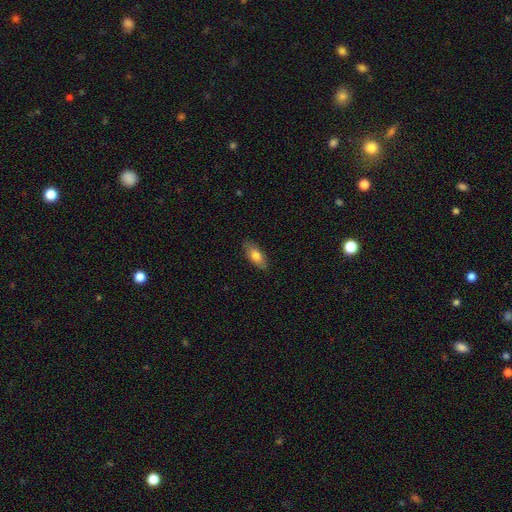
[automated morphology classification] Smooth or featured? Predicted: smooth (p=0.73). How rounded? Predicted: in between (p=0.78). Merging? Predicted: none (p=0.87).